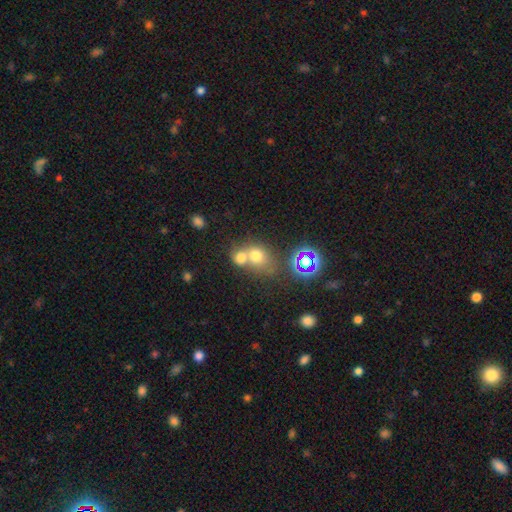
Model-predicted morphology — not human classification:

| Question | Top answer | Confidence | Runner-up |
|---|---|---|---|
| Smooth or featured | smooth | 67% | star or artifact (19%) |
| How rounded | round | 69% | in between (30%) |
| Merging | merger | 58% | none (32%) |